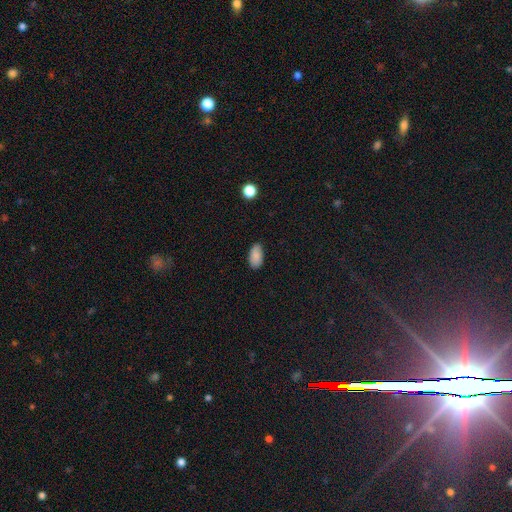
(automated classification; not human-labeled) Smooth or featured?
  - smooth: 88% *
  - star or artifact: 8%
  - featured or disk: 5%
How rounded?
  - in between: 94% *
  - round: 4%
  - cigar-shaped: 2%
Merging?
  - none: 83% *
  - minor disturbance: 13%
  - major disturbance: 2%
  - merger: 1%